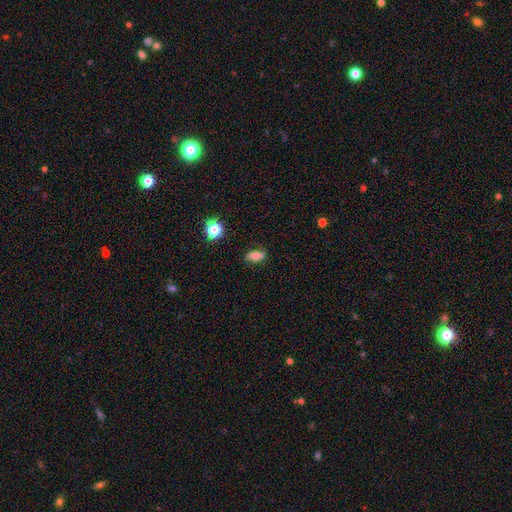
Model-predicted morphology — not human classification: This appears to be a smooth galaxy with no disk features (69%) that is in between round and cigar-shaped (85%). Merging: none (80%).